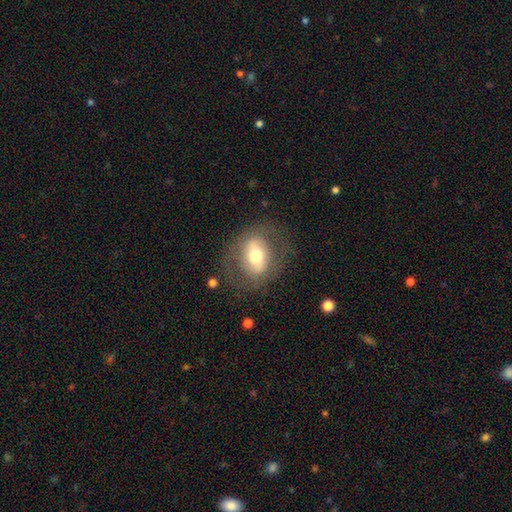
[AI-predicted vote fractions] The model was most divided on "smooth or featured": smooth: 47%, featured or disk: 46%, star or artifact: 8%. More confident: merging — none (75%).